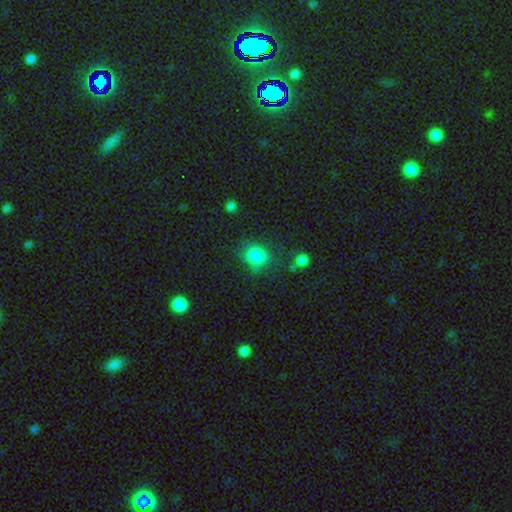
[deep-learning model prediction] Overall: smooth (81%). How rounded: round (65%; in between 33%). Merging: none (71%).